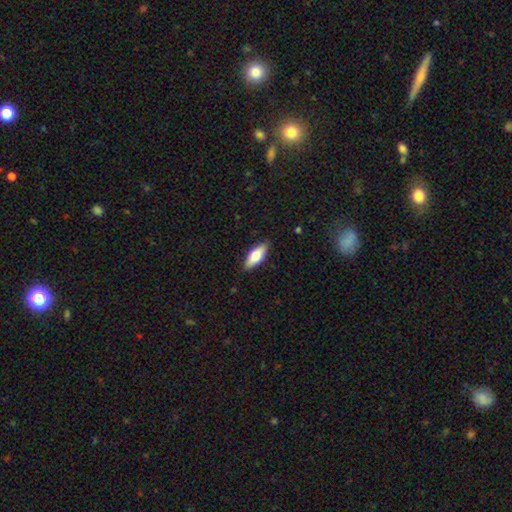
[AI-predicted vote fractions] This is likely a smooth galaxy (65%). How rounded: likely in between (71%). Merging: clearly none (88%).